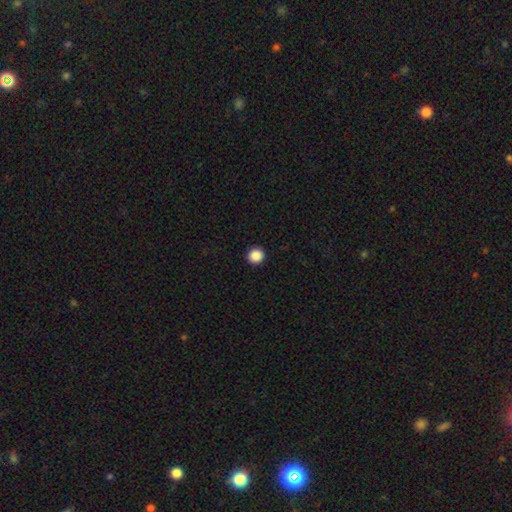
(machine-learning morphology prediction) Overall: smooth (88%). How rounded: round (95%). Merging: none (94%).